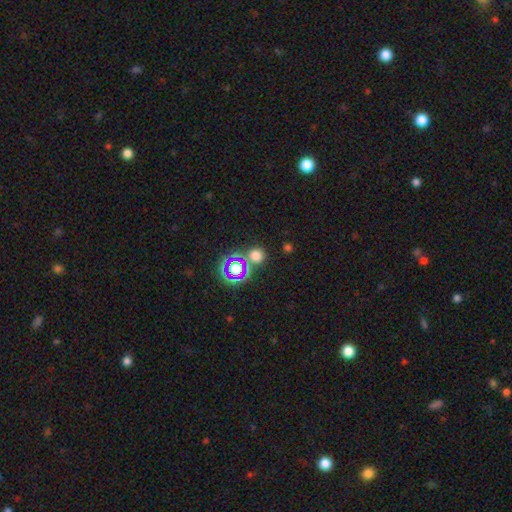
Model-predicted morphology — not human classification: Smooth or featured?
  - smooth: 64% *
  - star or artifact: 29%
  - featured or disk: 7%
How rounded?
  - round: 87% *
  - in between: 12%
  - cigar-shaped: 1%
Merging?
  - none: 71% *
  - merger: 16%
  - minor disturbance: 9%
  - major disturbance: 4%